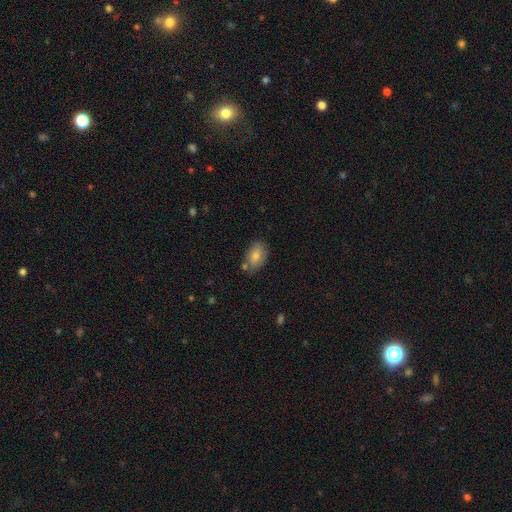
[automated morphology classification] smooth 77%, featured or disk 15%, star or artifact 7%. Down the decision tree: how rounded — in between (90%); merging — none (68%).